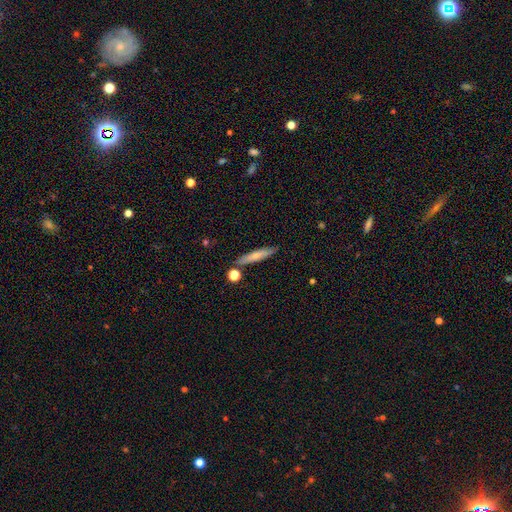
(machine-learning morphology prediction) The model was most divided on "smooth or featured": smooth: 67%, featured or disk: 26%, star or artifact: 7%. More confident: how rounded — cigar-shaped (88%); merging — none (80%).